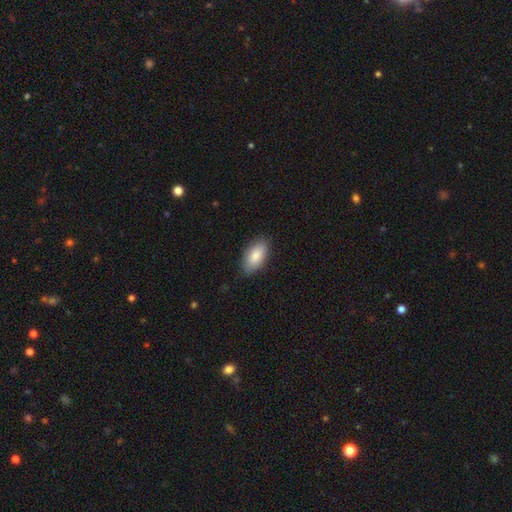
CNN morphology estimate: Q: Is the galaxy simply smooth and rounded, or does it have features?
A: smooth — 86%.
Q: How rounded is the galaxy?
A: in between — 93%.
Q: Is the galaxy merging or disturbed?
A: none — 84%.